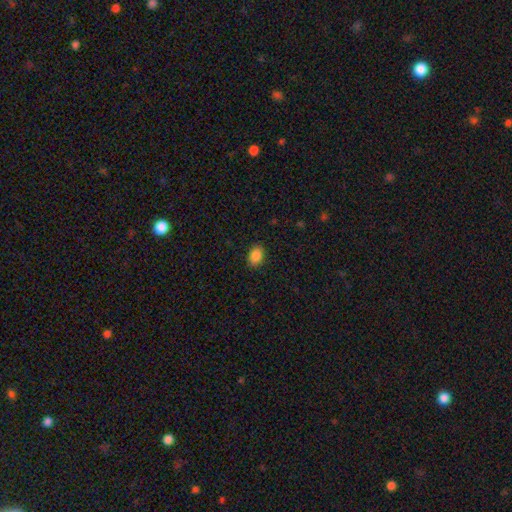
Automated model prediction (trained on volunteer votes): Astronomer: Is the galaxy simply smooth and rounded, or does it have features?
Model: smooth — 88%.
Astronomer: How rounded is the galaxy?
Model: in between — 81%.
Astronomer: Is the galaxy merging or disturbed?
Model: none — 88%.